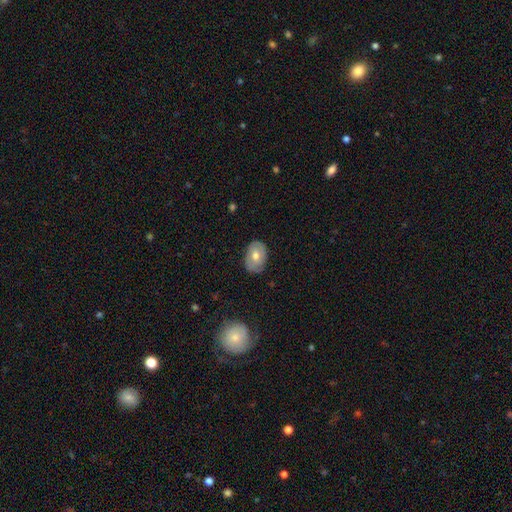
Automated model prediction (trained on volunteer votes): A smooth galaxy with no disk features (59%) that is in between round and cigar-shaped (85%). Merging: none (82%).